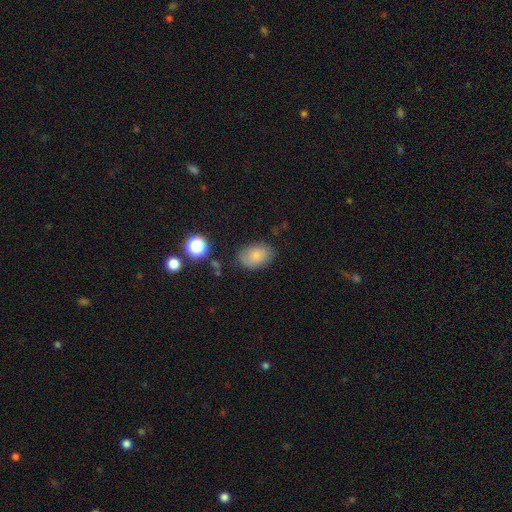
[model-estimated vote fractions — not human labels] A smooth galaxy with no disk features (78%) that is in between round and cigar-shaped (85%). Merging: none (78%).